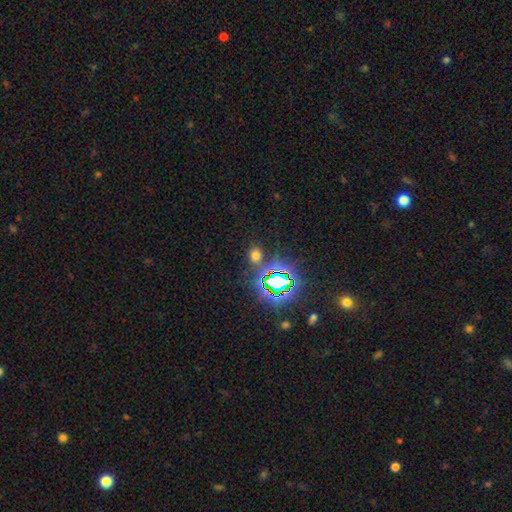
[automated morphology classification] Smooth or featured? Predicted: smooth (p=0.54). How rounded? Predicted: round (p=0.59). Merging? Predicted: none (p=0.80).